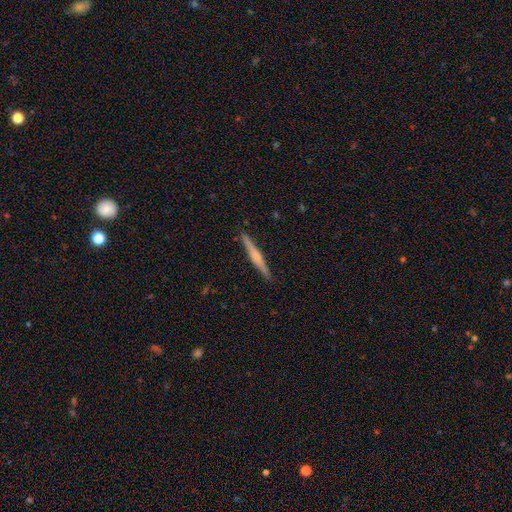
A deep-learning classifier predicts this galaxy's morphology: smooth-or-featured: featured or disk: 55% | smooth: 39% | star or artifact: 6%
  disk-edge-on: yes: 98% | no: 2%
    edge-on-bulge: rounded: 52% | none: 29% | boxy: 19%
  merging: none: 91% | minor disturbance: 6% | major disturbance: 1% | merger: 1%